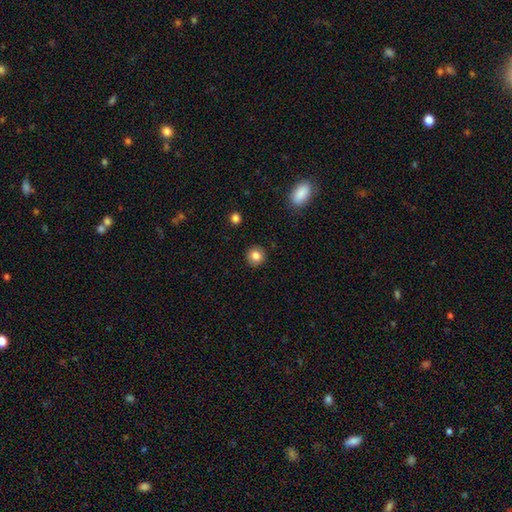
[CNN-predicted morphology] A smooth galaxy with no disk features (83%) that is round (91%).

Vote fractions:
- Smooth or featured? smooth: 83% / star or artifact: 10% / featured or disk: 7%
- How rounded? round: 91% / in between: 8% / cigar-shaped: 1%
- Merging? none: 91% / minor disturbance: 6% / major disturbance: 2% / merger: 1%